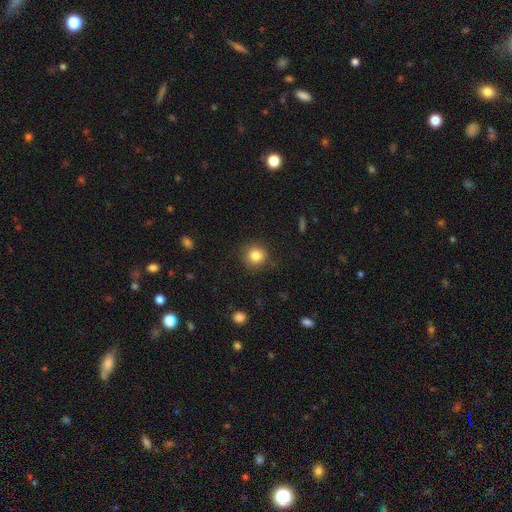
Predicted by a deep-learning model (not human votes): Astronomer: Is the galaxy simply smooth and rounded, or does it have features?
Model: smooth — 83%.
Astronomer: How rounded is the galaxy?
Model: round — 92%.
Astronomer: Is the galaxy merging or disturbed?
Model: none — 86%.